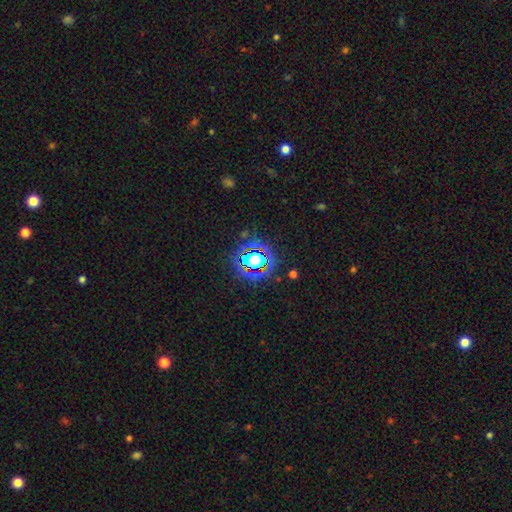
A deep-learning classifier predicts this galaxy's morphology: Overall: star or artifact (77%).